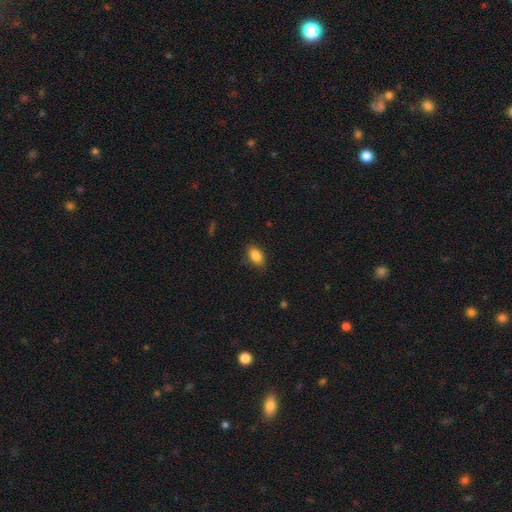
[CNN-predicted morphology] This is clearly a smooth galaxy (86%). How rounded: clearly in between (89%). Merging: clearly none (83%).